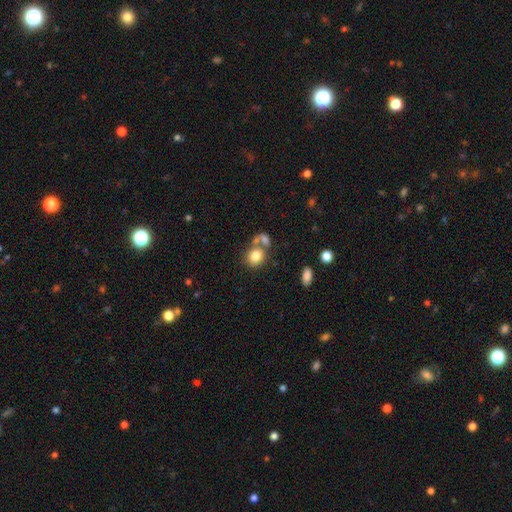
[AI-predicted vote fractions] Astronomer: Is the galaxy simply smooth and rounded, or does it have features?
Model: smooth — 79%.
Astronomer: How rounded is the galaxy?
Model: round — 69%.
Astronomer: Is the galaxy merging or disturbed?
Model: none — 49% (runner-up: merger, 34%).